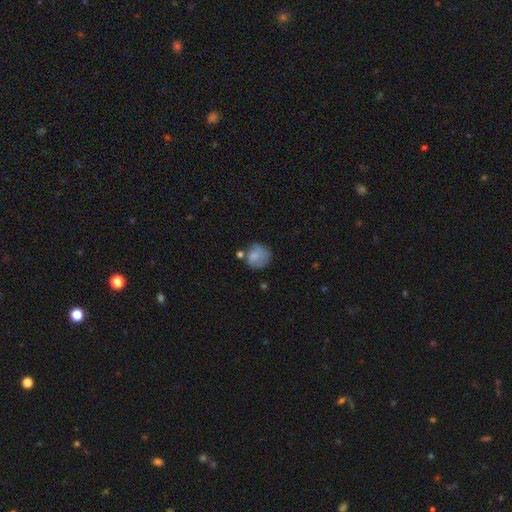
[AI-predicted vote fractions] smooth 71%, featured or disk 20%, star or artifact 9%. Down the decision tree: how rounded — round (79%); merging — none (50%).